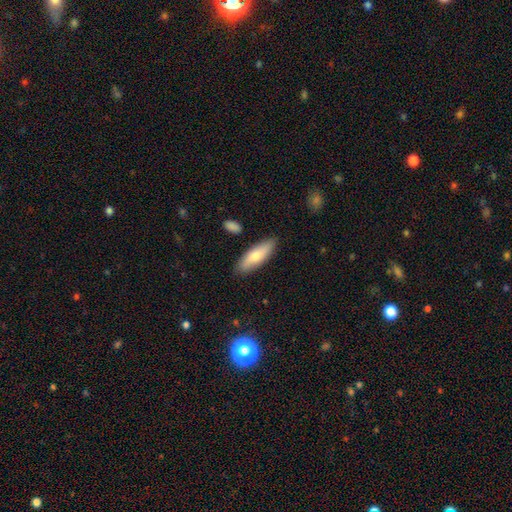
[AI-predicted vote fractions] Q: Smooth or featured?
A: smooth (72%); runner-up: featured or disk (22%)
Q: How rounded?
A: in between (58%); runner-up: cigar-shaped (40%)
Q: Merging?
A: none (84%); runner-up: minor disturbance (11%)